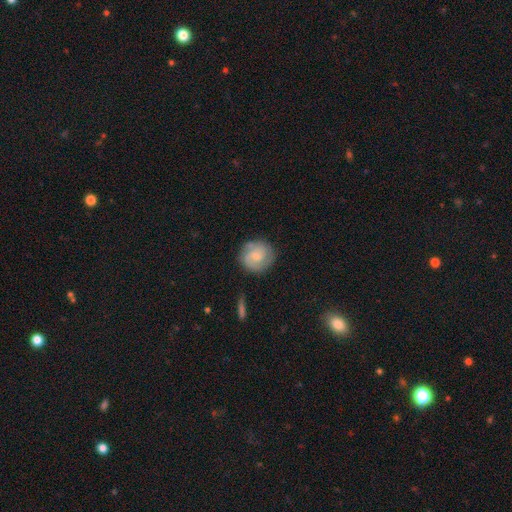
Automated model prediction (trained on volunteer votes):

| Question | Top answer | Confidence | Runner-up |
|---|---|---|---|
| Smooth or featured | featured or disk | 64% | smooth (30%) |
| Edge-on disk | no | 98% | yes (2%) |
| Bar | no | 57% | weak (38%) |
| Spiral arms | yes | 92% | no (8%) |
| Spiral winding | tight | 45% | medium (42%) |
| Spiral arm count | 2 | 72% | can't tell (13%) |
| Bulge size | small | 55% | moderate (34%) |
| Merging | none | 78% | minor disturbance (15%) |